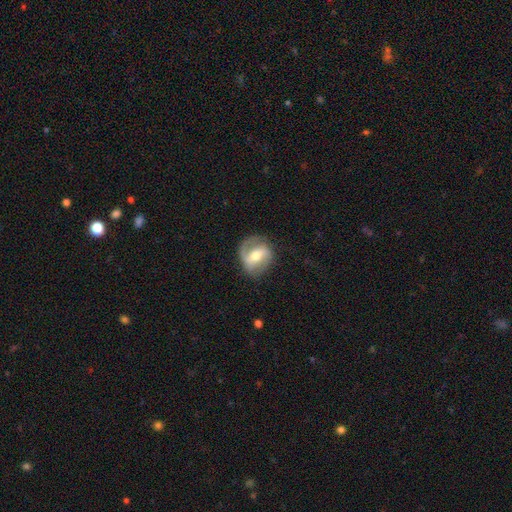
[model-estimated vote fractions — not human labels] Smooth or featured?
  - featured or disk: 74% *
  - smooth: 20%
  - star or artifact: 6%
Edge-on disk?
  - no: 96% *
  - yes: 4%
Bar?
  - strong: 44% *
  - weak: 39%
  - no: 16%
Spiral arms?
  - yes: 85% *
  - no: 15%
Spiral winding?
  - medium: 44% *
  - loose: 32%
  - tight: 24%
Spiral arm count?
  - 2: 78% *
  - 1: 10%
  - can't tell: 8%
  - 3: 2%
  - 4: 1%
  - more than 4: 1%
Bulge size?
  - moderate: 66% *
  - small: 25%
  - large: 6%
  - none: 1%
  - dominant: 1%
Merging?
  - none: 74% *
  - minor disturbance: 16%
  - major disturbance: 8%
  - merger: 1%